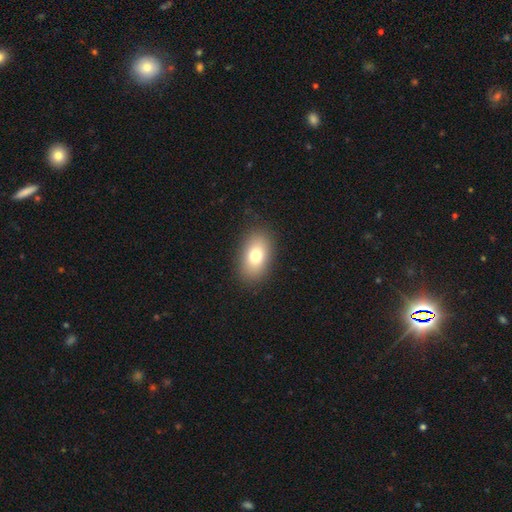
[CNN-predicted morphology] type=smooth (76%); roundness=in between (87%); merging=none (88%).